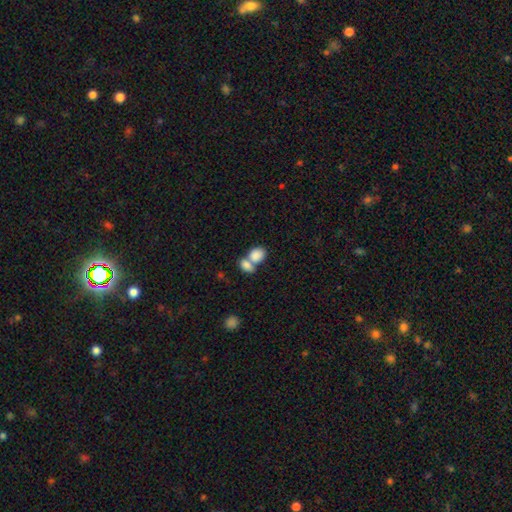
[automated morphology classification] smooth 84%, featured or disk 9%, star or artifact 7%. Down the decision tree: how rounded — in between (62%); merging — merger (63%).